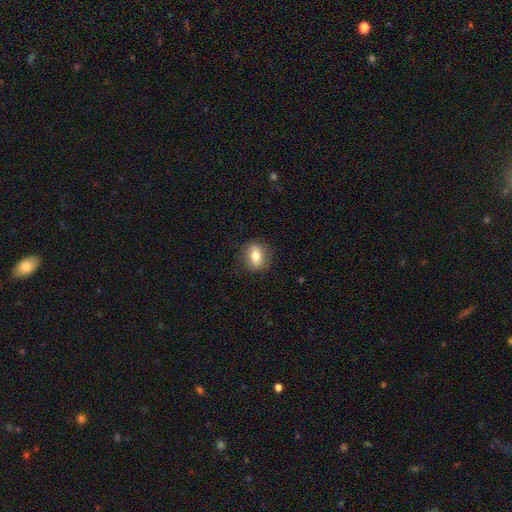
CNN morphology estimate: Overall: smooth (69%). How rounded: in between (55%; round 39%). Merging: none (85%).